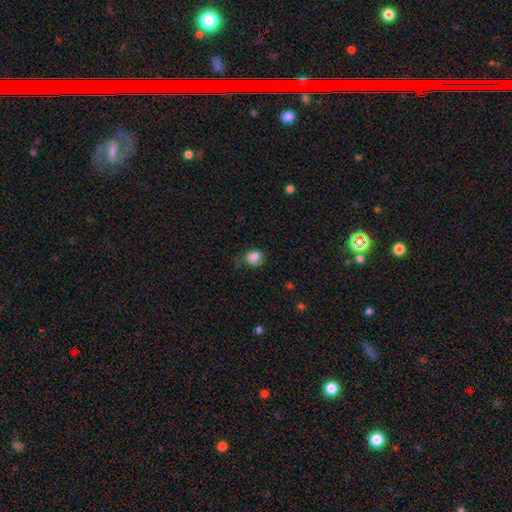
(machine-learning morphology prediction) Overall: smooth (82%). How rounded: round (56%; in between 43%). Merging: none (46%; minor disturbance 34%).